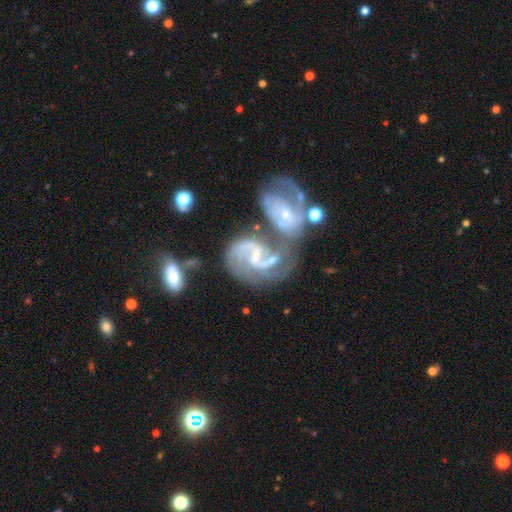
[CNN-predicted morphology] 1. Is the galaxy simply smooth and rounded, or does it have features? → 87% featured or disk, 7% smooth, 6% star or artifact.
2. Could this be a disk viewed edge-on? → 98% no, 2% yes.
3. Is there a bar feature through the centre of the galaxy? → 47% weak, 31% no, 22% strong.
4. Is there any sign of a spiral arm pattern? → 95% yes, 5% no.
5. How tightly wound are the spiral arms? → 51% medium, 34% loose, 16% tight.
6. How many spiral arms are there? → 77% 2, 8% can't tell, 6% 3, 5% 1, 2% 4, 2% more than 4.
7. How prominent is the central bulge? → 62% small, 19% moderate, 15% none, 2% large, 1% dominant.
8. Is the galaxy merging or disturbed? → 62% merger, 18% none, 11% major disturbance, 10% minor disturbance.